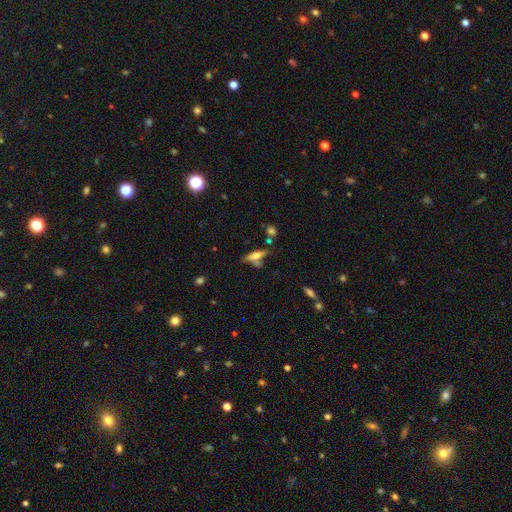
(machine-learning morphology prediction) featured or disk 48%, smooth 42%, star or artifact 10%. Down the decision tree: merging — none (56%).